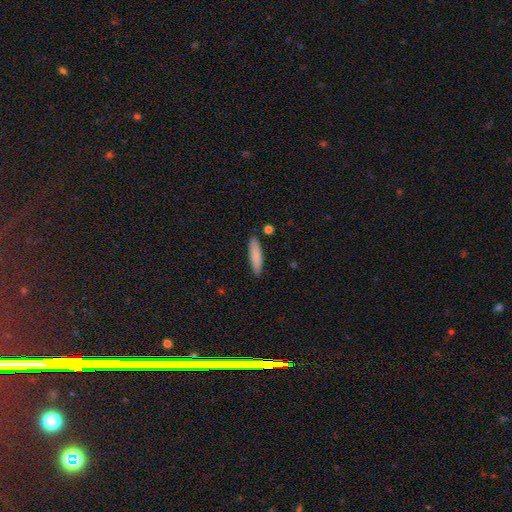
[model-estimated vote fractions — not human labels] This appears to be a smooth galaxy with no disk features (84%) that is cigar-shaped (70%). Merging: none (88%).